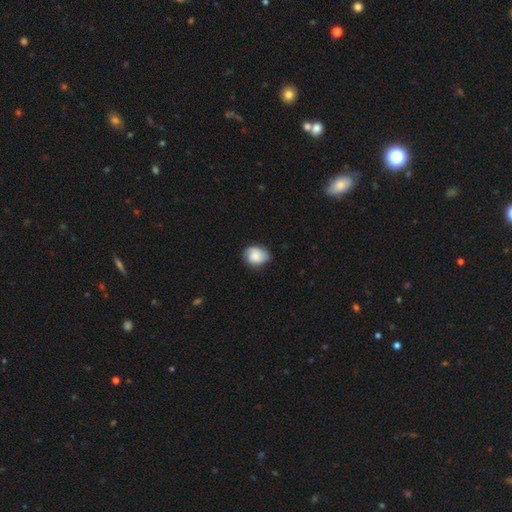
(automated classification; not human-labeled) A smooth galaxy with no disk features (67%) that is in between round and cigar-shaped (52%).

Vote fractions:
- Smooth or featured? smooth: 67% / featured or disk: 25% / star or artifact: 8%
- How rounded? in between: 52% / round: 47% / cigar-shaped: 1%
- Merging? none: 69% / minor disturbance: 24% / major disturbance: 5% / merger: 1%